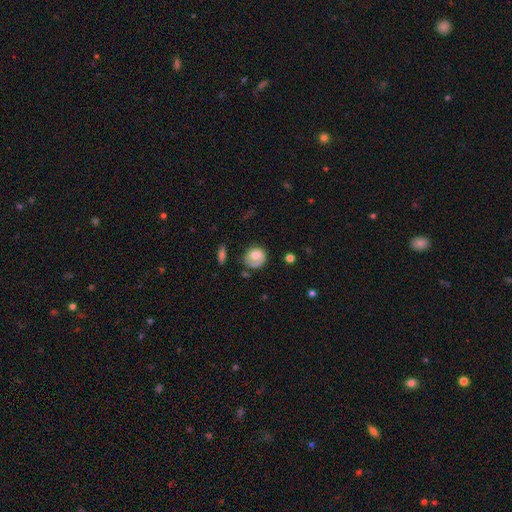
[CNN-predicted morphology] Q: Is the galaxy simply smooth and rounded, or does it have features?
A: smooth — 56%.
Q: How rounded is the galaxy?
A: round — 70%.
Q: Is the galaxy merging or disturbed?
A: none — 51%.